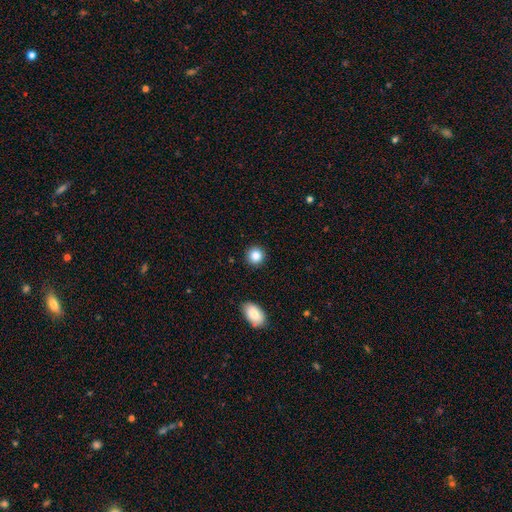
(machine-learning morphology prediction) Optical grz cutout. It shows a smooth galaxy with no disk features (86%) that is round (91%). Merging: none (90%).